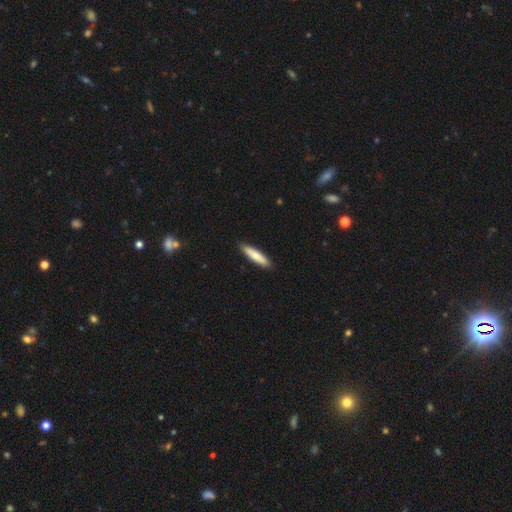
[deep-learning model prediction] Morphology: type=smooth (70%); roundness=cigar-shaped (78%); merging=none (90%).